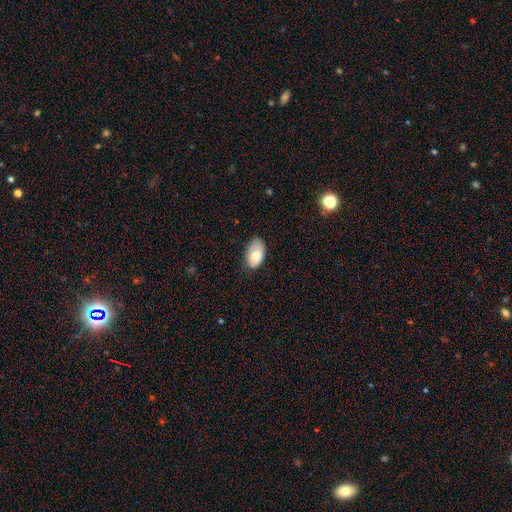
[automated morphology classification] smooth-or-featured: smooth: 77% | featured or disk: 16% | star or artifact: 7%
  how-rounded: in between: 94% | round: 5% | cigar-shaped: 1%
  merging: none: 67% | minor disturbance: 27% | major disturbance: 5% | merger: 1%